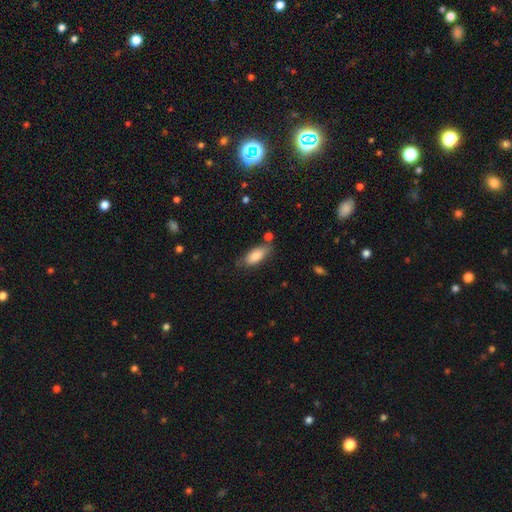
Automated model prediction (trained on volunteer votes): Smooth or featured?
  - smooth: 83% *
  - featured or disk: 10%
  - star or artifact: 6%
How rounded?
  - in between: 80% *
  - cigar-shaped: 18%
  - round: 2%
Merging?
  - none: 69% *
  - minor disturbance: 20%
  - merger: 6%
  - major disturbance: 5%